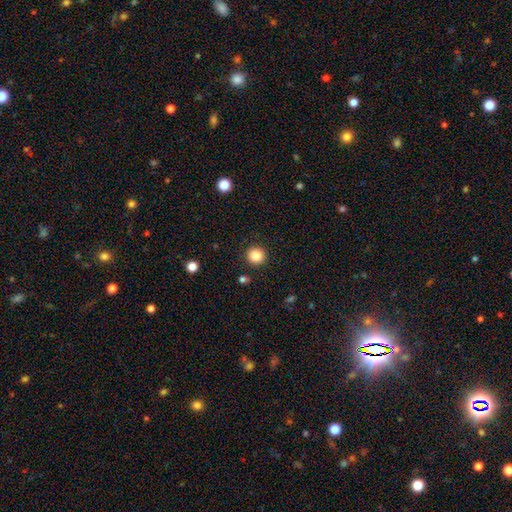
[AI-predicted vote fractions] smooth-or-featured: smooth: 85% | star or artifact: 11% | featured or disk: 4%
  how-rounded: round: 95% | in between: 4% | cigar-shaped: 1%
  merging: none: 92% | minor disturbance: 5% | major disturbance: 2% | merger: 1%